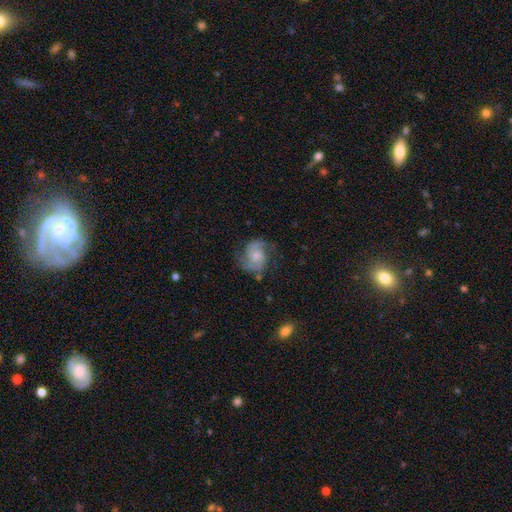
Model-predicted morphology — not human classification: smooth-or-featured: featured or disk: 71% | smooth: 22% | star or artifact: 7%
  disk-edge-on: no: 98% | yes: 2%
    bar: no: 66% | weak: 30% | strong: 5%
    has-spiral-arms: yes: 92% | no: 8%
      spiral-winding: medium: 50% | loose: 28% | tight: 22%
      spiral-arm-count: 2: 83% | can't tell: 8% | 3: 3% | 1: 3% | 4: 1% | more than 4: 1%
    bulge-size: small: 35% | moderate: 34% | none: 18% | large: 11% | dominant: 2%
  merging: none: 62% | minor disturbance: 22% | major disturbance: 14% | merger: 2%